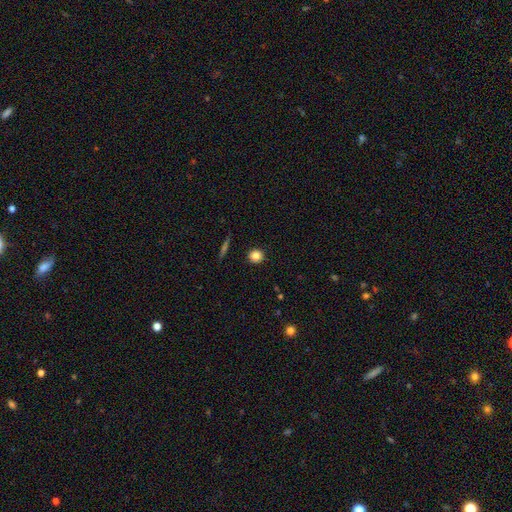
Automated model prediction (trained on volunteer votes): This is clearly a smooth galaxy (83%). How rounded: clearly round (93%). Merging: clearly none (91%).